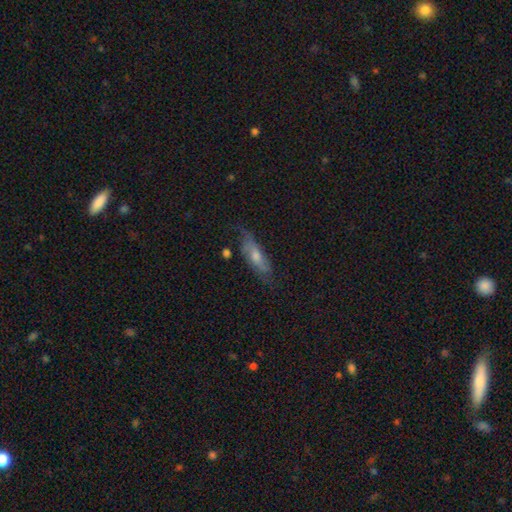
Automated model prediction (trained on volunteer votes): smooth_or_featured: featured or disk (p=0.50) [alt: smooth p=0.41]
disk_edge_on: no (p=0.60) [alt: yes p=0.40]
merging: none (p=0.64) [alt: minor disturbance p=0.25]